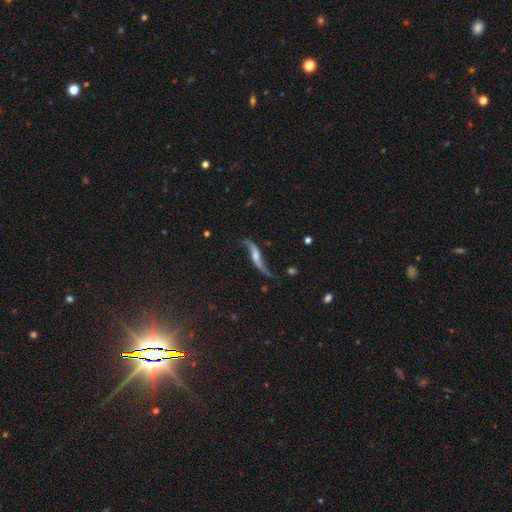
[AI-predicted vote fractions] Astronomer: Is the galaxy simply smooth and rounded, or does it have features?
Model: featured or disk — 80%.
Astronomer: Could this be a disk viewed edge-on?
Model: no — 71%.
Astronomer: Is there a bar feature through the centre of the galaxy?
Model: no — 46% (runner-up: weak, 33%).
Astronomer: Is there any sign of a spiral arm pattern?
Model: yes — 92%.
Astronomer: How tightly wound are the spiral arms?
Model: loose — 95%.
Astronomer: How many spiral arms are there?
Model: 2 — 91%.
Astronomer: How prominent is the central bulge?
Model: small — 38%, tied with moderate at 38%.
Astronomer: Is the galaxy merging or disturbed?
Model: none — 57%.